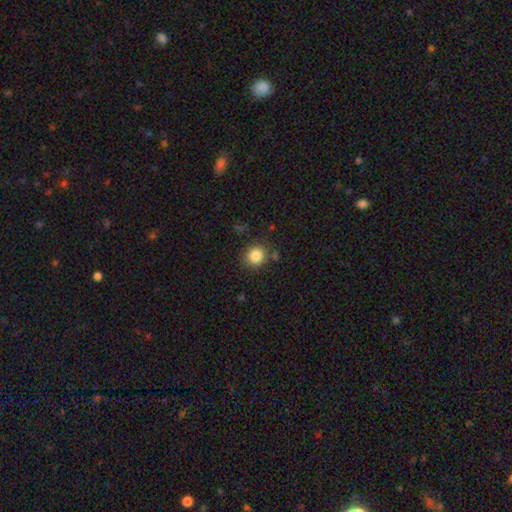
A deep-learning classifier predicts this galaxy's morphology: This appears to be a smooth galaxy with no disk features (85%) that is round (86%). Merging: none (82%).